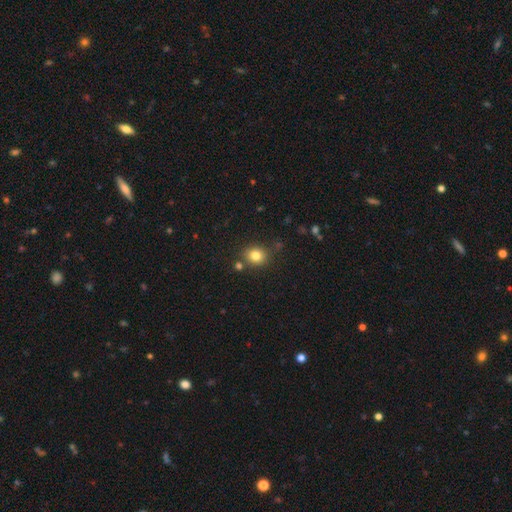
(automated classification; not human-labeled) Morphology: type=smooth (81%); roundness=round (74%); merging=none (79%).